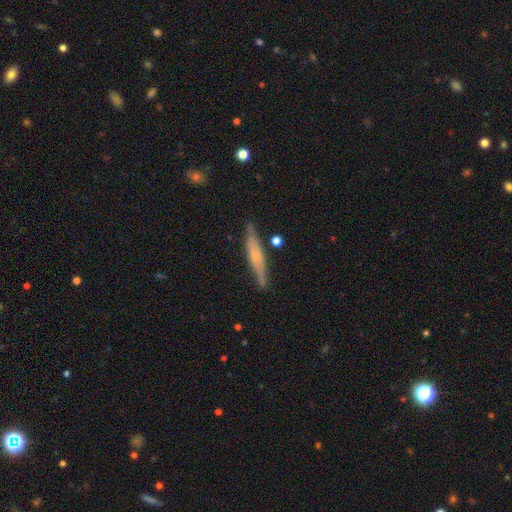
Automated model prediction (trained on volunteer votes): The model was most divided on "smooth or featured": featured or disk: 53%, smooth: 41%, star or artifact: 6%. More confident: edge-on disk — yes (92%); merging — none (81%).